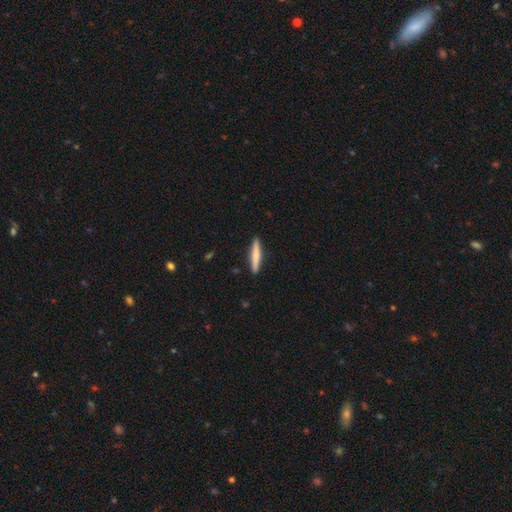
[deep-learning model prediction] smooth-or-featured: smooth: 72% | featured or disk: 22% | star or artifact: 5%
  how-rounded: cigar-shaped: 93% | in between: 6% | round: 1%
  merging: none: 91% | minor disturbance: 6% | major disturbance: 1% | merger: 1%